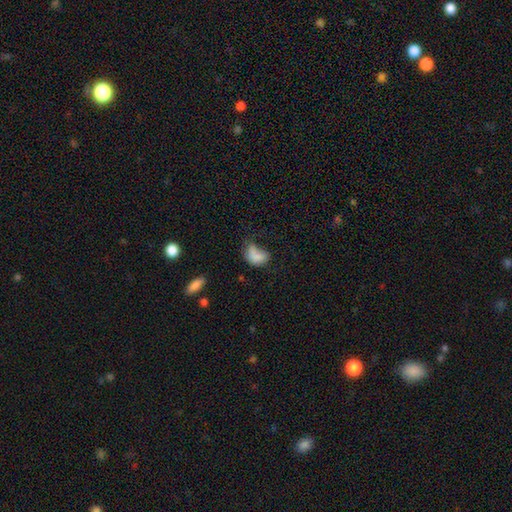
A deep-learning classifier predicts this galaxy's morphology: Smooth or featured: smooth — 77% (featured or disk — 13%)
How rounded: in between — 82% (round — 16%)
Merging: major disturbance — 29% (minor disturbance — 27%)